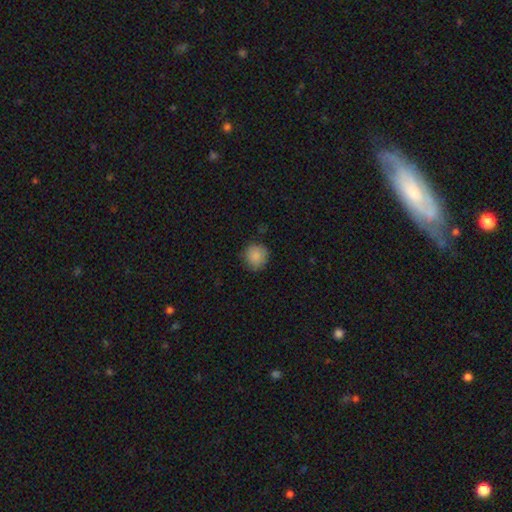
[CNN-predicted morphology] This is clearly a smooth galaxy (87%). How rounded: clearly round (91%). Merging: clearly none (83%).